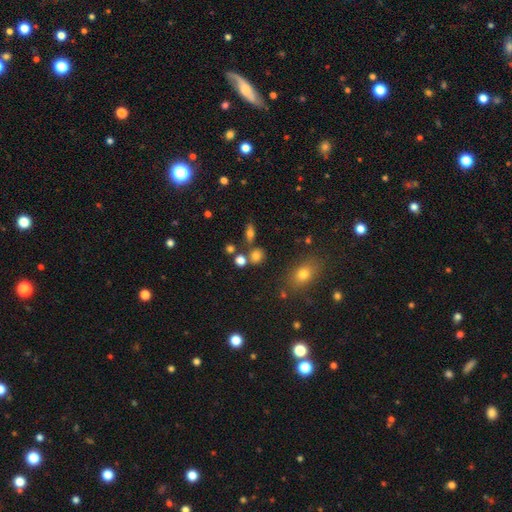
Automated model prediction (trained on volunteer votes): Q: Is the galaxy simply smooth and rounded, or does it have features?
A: smooth — 76%.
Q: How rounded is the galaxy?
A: round — 73%.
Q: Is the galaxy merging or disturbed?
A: none — 66%.